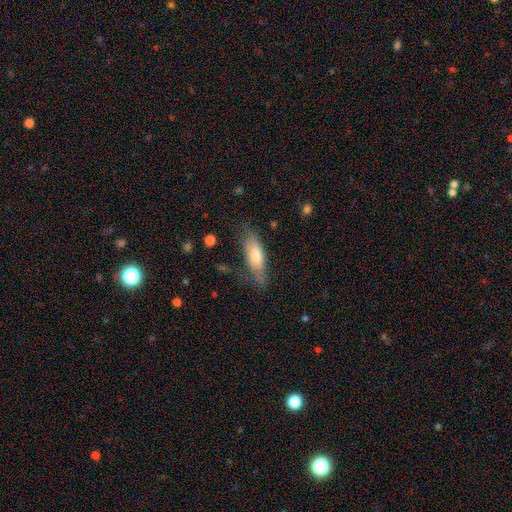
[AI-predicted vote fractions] The model was most divided on "how rounded": in between: 52%, cigar-shaped: 46%, round: 2%. More confident: smooth or featured — smooth (68%); merging — none (66%).